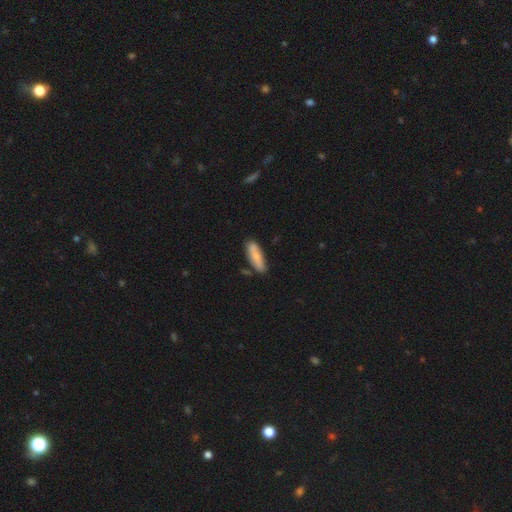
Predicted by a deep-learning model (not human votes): Overall: smooth (72%). How rounded: in between (53%; cigar-shaped 45%). Merging: none (75%).